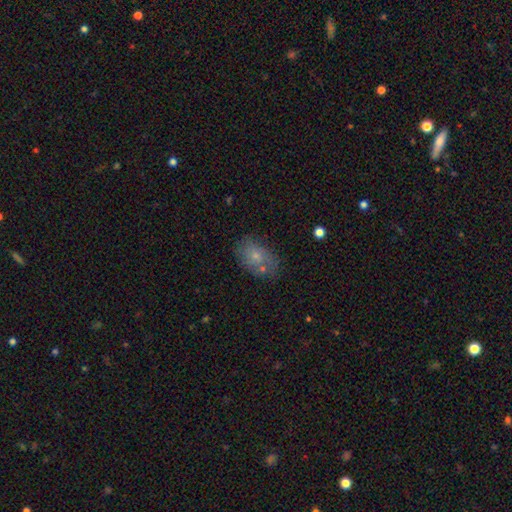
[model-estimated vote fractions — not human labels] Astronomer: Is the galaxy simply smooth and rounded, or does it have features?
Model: smooth — 69%.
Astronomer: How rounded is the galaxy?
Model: in between — 85%.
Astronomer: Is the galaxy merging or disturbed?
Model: none — 60%.